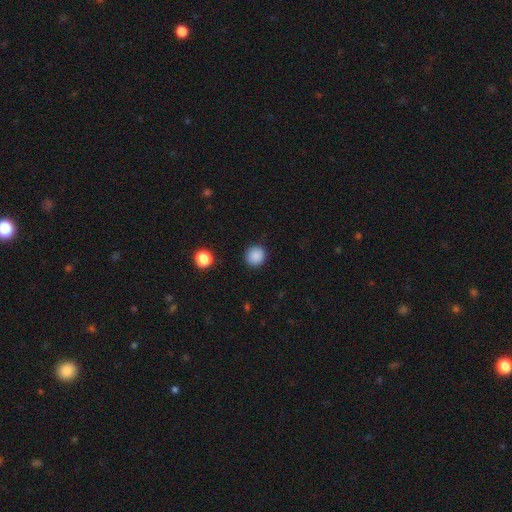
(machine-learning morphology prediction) This is clearly a smooth galaxy (87%). How rounded: clearly round (91%). Merging: clearly none (91%).